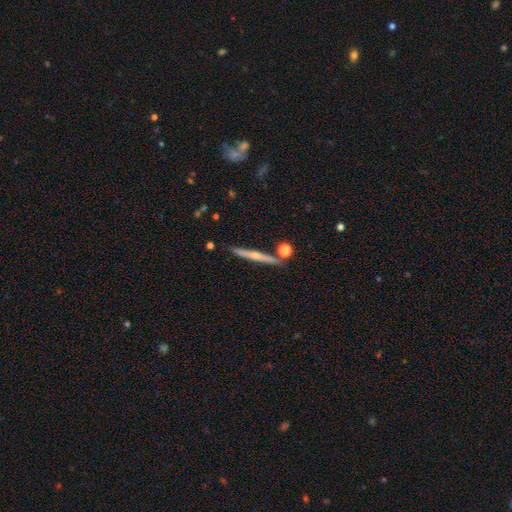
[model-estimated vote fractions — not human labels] Smooth or featured?
  - featured or disk: 67% *
  - smooth: 26%
  - star or artifact: 7%
Edge-on disk?
  - yes: 97% *
  - no: 3%
Edge-on bulge?
  - rounded: 74% *
  - none: 21%
  - boxy: 4%
Merging?
  - none: 85% *
  - minor disturbance: 8%
  - merger: 5%
  - major disturbance: 2%